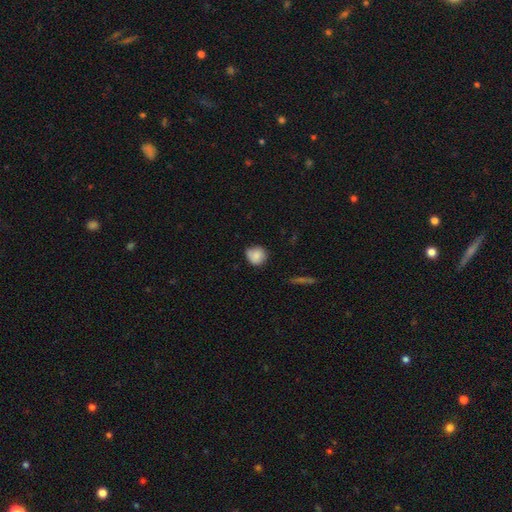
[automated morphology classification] type=smooth (85%); roundness=round (88%); merging=none (76%).